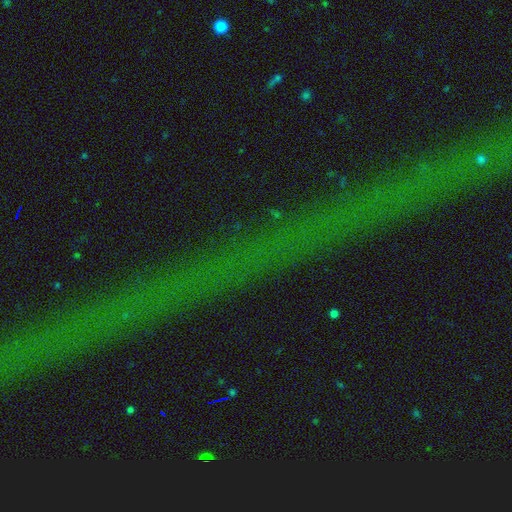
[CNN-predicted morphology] Smooth or featured: star or artifact — 76% (featured or disk — 14%)